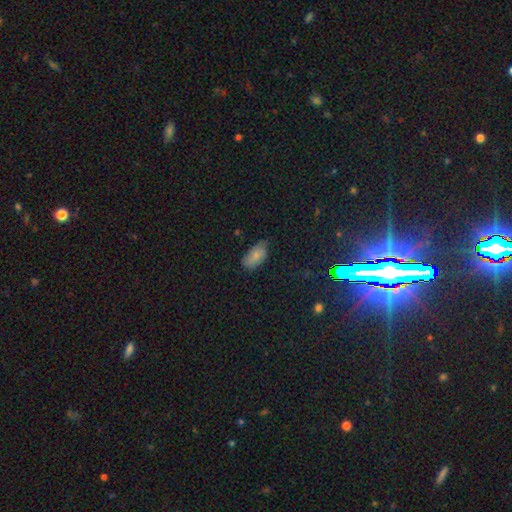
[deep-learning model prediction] Smooth or featured? smooth (74%)
How rounded? in between (93%)
Merging? none (53%)